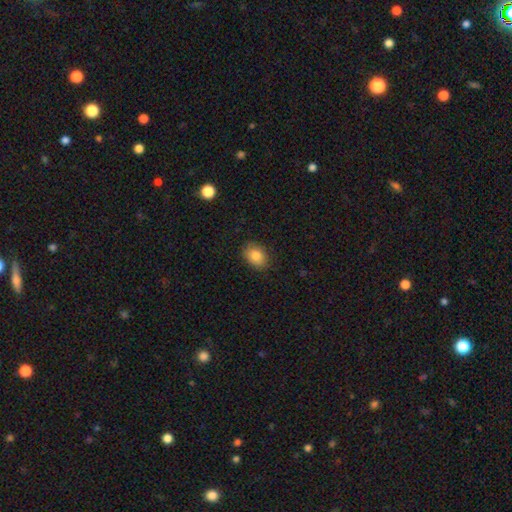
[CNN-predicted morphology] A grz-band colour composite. It shows a smooth galaxy with no disk features (84%) that is in between round and cigar-shaped (68%). Merging: none (86%).